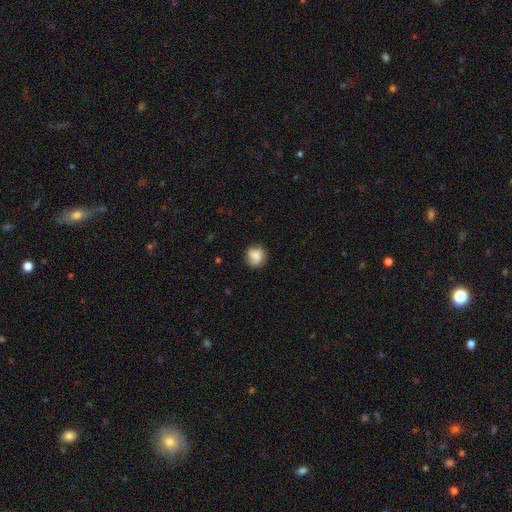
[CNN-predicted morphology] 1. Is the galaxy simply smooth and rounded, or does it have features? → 79% smooth, 13% featured or disk, 8% star or artifact.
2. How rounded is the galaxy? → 87% round, 12% in between, 1% cigar-shaped.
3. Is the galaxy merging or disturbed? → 79% none, 15% minor disturbance, 4% major disturbance, 1% merger.